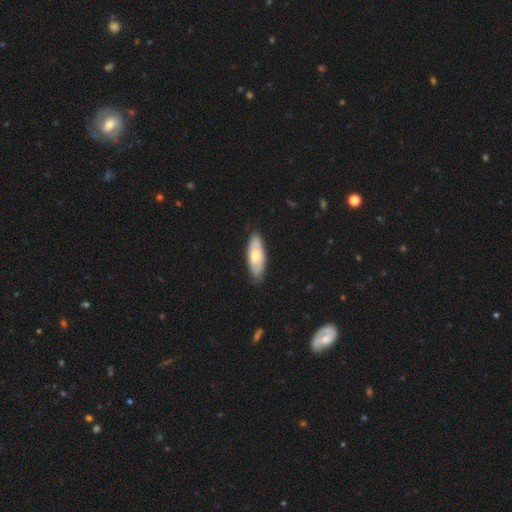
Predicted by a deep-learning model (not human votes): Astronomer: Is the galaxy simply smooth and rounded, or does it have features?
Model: smooth — 49% (runner-up: featured or disk, 46%).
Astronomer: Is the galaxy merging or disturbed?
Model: none — 81%.